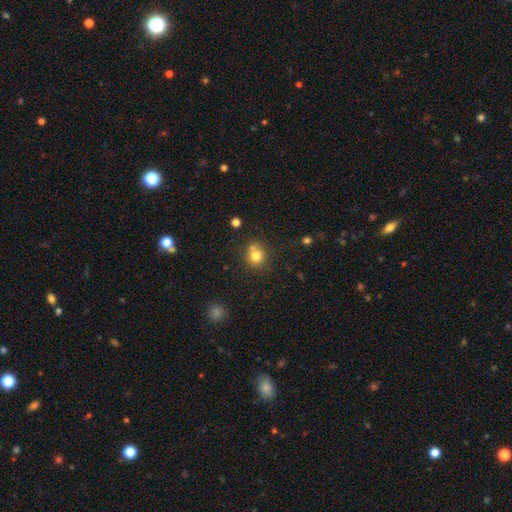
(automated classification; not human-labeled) Overall: smooth (78%). How rounded: round (82%). Merging: none (63%).